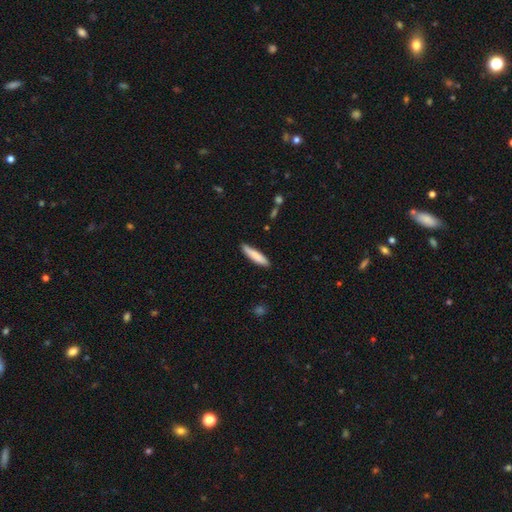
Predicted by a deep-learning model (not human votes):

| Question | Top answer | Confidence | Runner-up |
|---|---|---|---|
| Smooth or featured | smooth | 84% | featured or disk (11%) |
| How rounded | cigar-shaped | 85% | in between (14%) |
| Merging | none | 86% | minor disturbance (11%) |